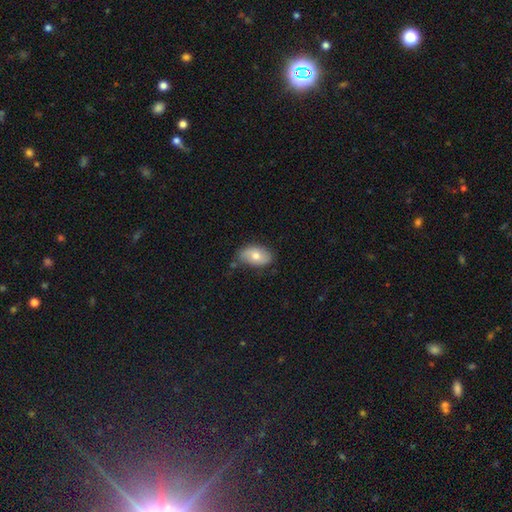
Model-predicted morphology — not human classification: The model was most divided on "merging": none: 68%, minor disturbance: 24%, major disturbance: 4%, merger: 3%. More confident: how rounded — in between (91%); smooth or featured — smooth (71%).